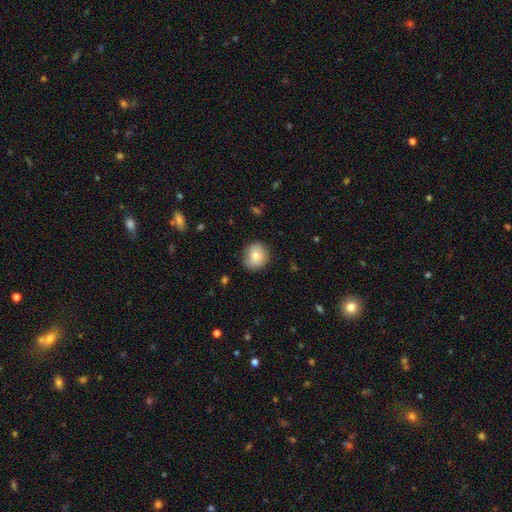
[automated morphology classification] Smooth or featured: smooth — 80% (featured or disk — 12%)
How rounded: round — 86% (in between — 13%)
Merging: none — 85% (minor disturbance — 11%)